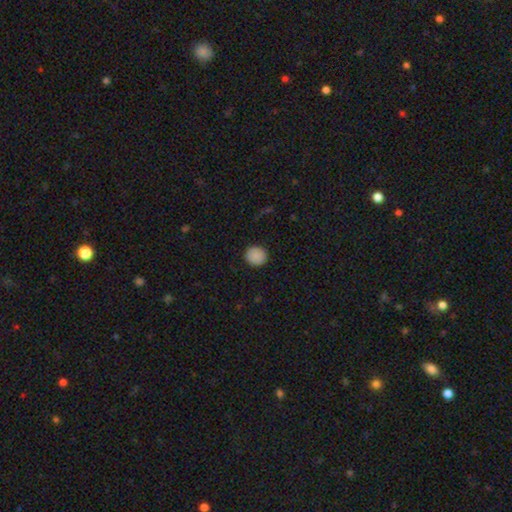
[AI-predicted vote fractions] Q: Smooth or featured?
A: smooth (88%); runner-up: star or artifact (9%)
Q: How rounded?
A: round (88%); runner-up: in between (11%)
Q: Merging?
A: none (90%); runner-up: minor disturbance (8%)